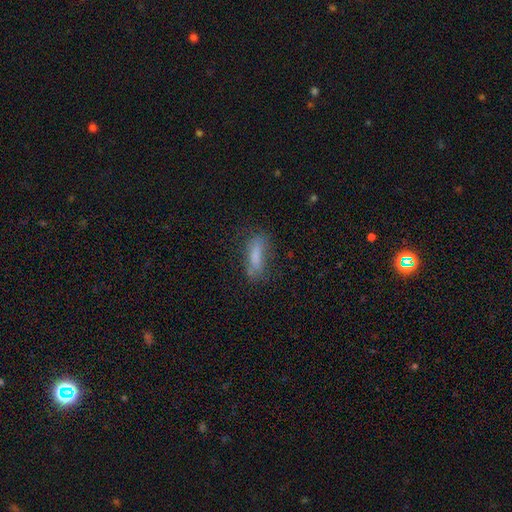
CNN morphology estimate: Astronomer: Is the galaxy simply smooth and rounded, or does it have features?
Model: smooth — 71%.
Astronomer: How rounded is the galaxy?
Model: in between — 51% (runner-up: cigar-shaped, 47%).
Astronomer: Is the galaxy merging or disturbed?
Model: none — 62%.